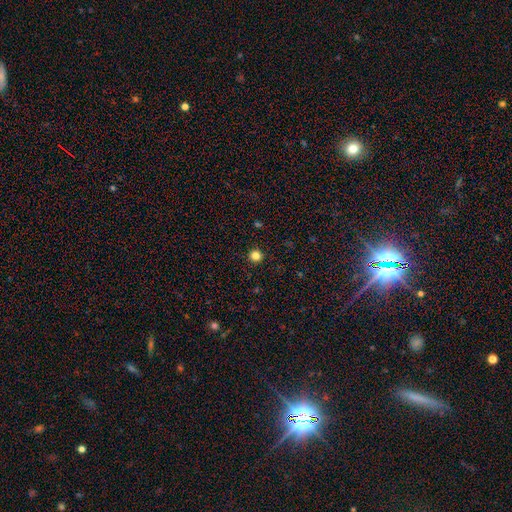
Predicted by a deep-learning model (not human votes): Smooth or featured?
  - smooth: 83% *
  - star or artifact: 13%
  - featured or disk: 4%
How rounded?
  - round: 95% *
  - in between: 4%
  - cigar-shaped: 1%
Merging?
  - none: 93% *
  - minor disturbance: 5%
  - major disturbance: 2%
  - merger: 1%